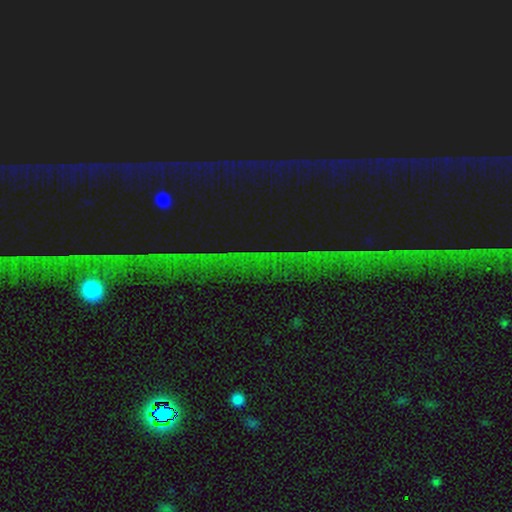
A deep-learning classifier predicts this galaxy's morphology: This appears to be a star or artifact, not a galaxy (85%).